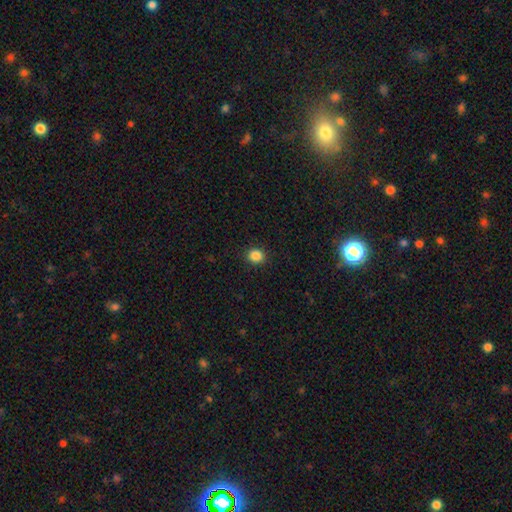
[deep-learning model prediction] Q: Smooth or featured?
A: smooth (86%); runner-up: star or artifact (11%)
Q: How rounded?
A: round (77%); runner-up: in between (23%)
Q: Merging?
A: none (91%); runner-up: minor disturbance (6%)